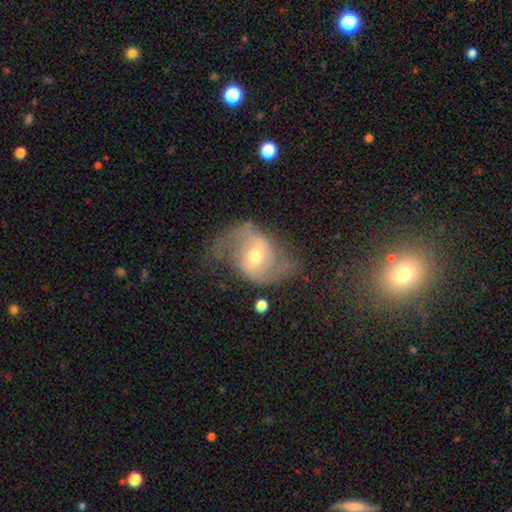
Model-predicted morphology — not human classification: Smooth or featured?
  - featured or disk: 82% *
  - smooth: 12%
  - star or artifact: 7%
Edge-on disk?
  - no: 97% *
  - yes: 3%
Bar?
  - weak: 48% *
  - no: 29%
  - strong: 23%
Spiral arms?
  - yes: 93% *
  - no: 7%
Spiral winding?
  - loose: 53% *
  - medium: 37%
  - tight: 10%
Spiral arm count?
  - 2: 89% *
  - can't tell: 5%
  - 1: 3%
  - 3: 1%
  - 4: 1%
  - more than 4: 1%
Bulge size?
  - moderate: 58% *
  - small: 38%
  - large: 3%
  - none: 1%
  - dominant: 1%
Merging?
  - none: 60% *
  - minor disturbance: 22%
  - major disturbance: 16%
  - merger: 2%